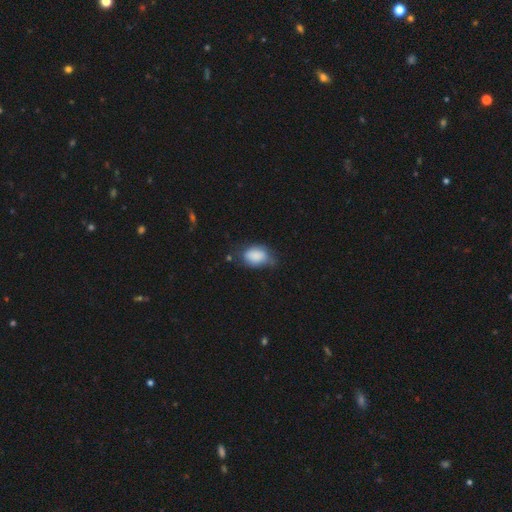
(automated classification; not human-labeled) Smooth or featured? Predicted: smooth (p=0.84). How rounded? Predicted: in between (p=0.81). Merging? Predicted: none (p=0.47).